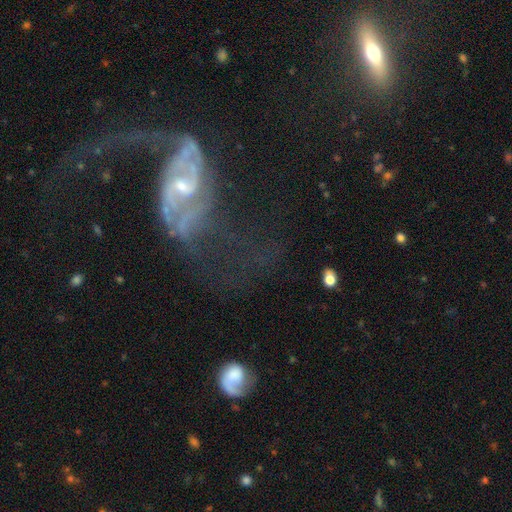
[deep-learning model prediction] featured or disk 78%, star or artifact 11%, smooth 10%. Down the decision tree: edge-on disk — no (92%); bar — no (43%); spiral arms — yes (81%); spiral arm count — 2 (78%); spiral winding — loose (59%); bulge size — small (55%); merging — major disturbance (39%).